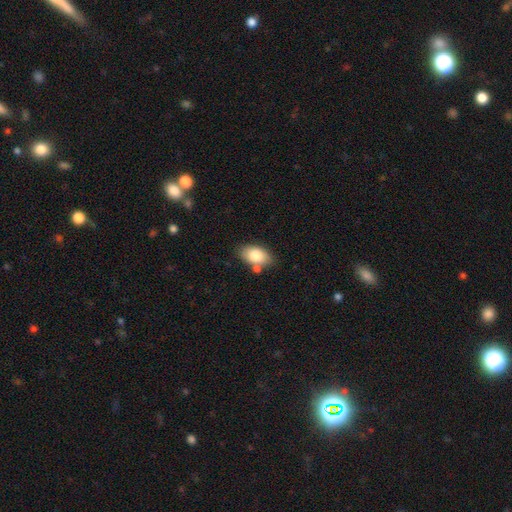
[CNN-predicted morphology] smooth 80%, featured or disk 13%, star or artifact 7%. Down the decision tree: how rounded — in between (90%); merging — none (69%).